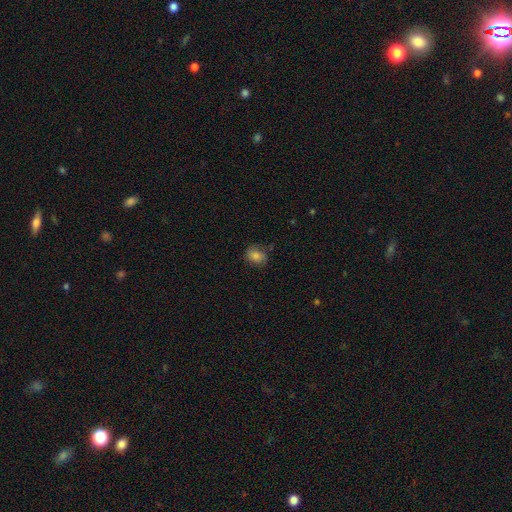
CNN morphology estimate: A smooth galaxy with no disk features (76%) that is in between round and cigar-shaped (55%).

Vote fractions:
- Smooth or featured? smooth: 76% / featured or disk: 14% / star or artifact: 10%
- How rounded? in between: 55% / round: 44% / cigar-shaped: 1%
- Merging? none: 71% / minor disturbance: 21% / major disturbance: 6% / merger: 2%